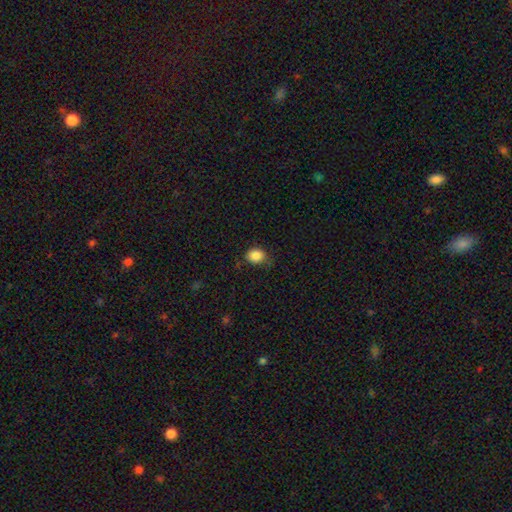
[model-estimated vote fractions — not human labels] A smooth galaxy with no disk features (86%) that is round (54%). Merging: none (69%).